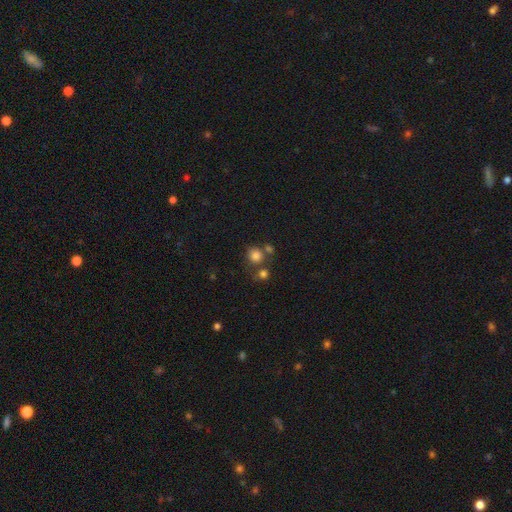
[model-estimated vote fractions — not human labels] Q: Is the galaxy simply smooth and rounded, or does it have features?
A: smooth — 80%.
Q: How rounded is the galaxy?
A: round — 85%.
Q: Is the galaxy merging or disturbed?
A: none — 60%.